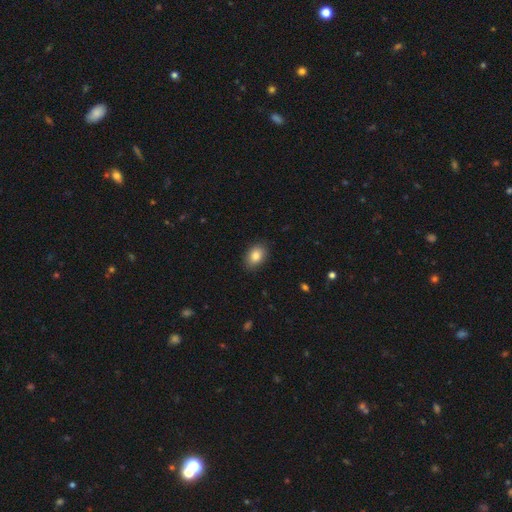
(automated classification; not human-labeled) smooth_or_featured: smooth (p=0.85) [alt: star or artifact p=0.08]
how_rounded: in between (p=0.82) [alt: round p=0.16]
merging: none (p=0.87) [alt: minor disturbance p=0.10]